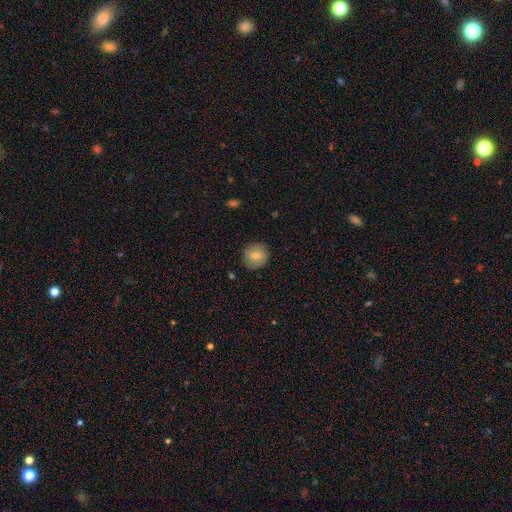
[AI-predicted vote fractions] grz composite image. It shows a smooth galaxy with no disk features (72%) that is round (87%). Merging: none (85%).